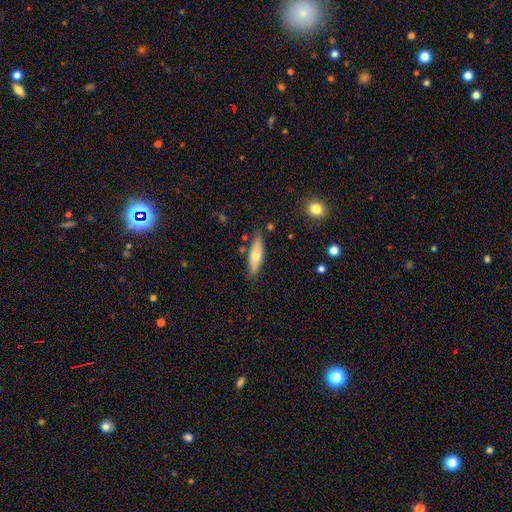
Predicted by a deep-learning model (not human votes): smooth_or_featured: smooth (p=0.62) [alt: featured or disk p=0.32]
how_rounded: in between (p=0.51) [alt: cigar-shaped p=0.47]
merging: none (p=0.80) [alt: minor disturbance p=0.14]